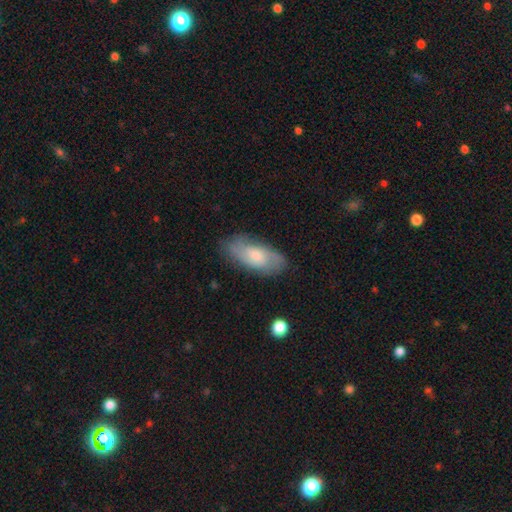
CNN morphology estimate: Q: Smooth or featured?
A: featured or disk (49%); runner-up: smooth (45%)
Q: Merging?
A: none (77%); runner-up: minor disturbance (17%)